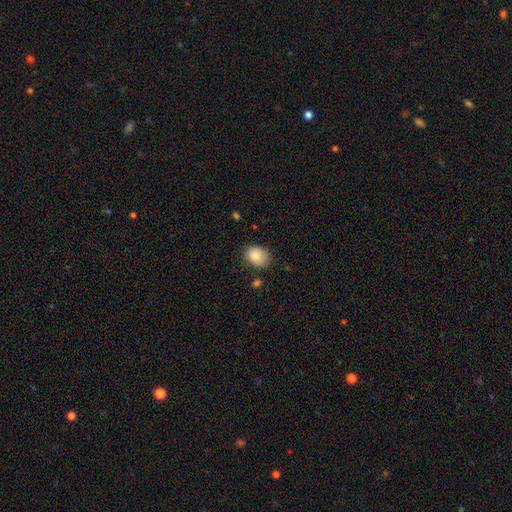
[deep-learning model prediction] Q: Smooth or featured?
A: smooth (83%); runner-up: featured or disk (9%)
Q: How rounded?
A: in between (58%); runner-up: round (41%)
Q: Merging?
A: none (70%); runner-up: minor disturbance (24%)